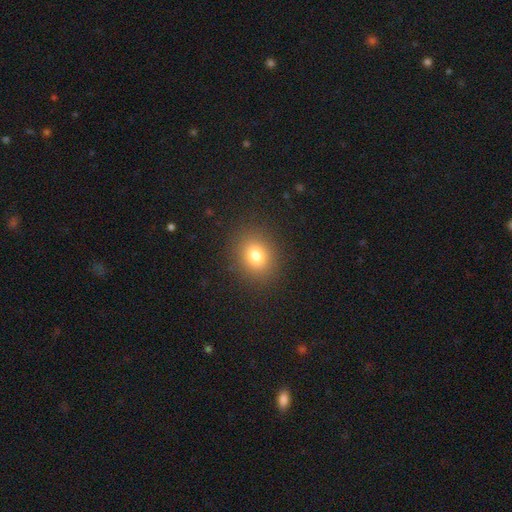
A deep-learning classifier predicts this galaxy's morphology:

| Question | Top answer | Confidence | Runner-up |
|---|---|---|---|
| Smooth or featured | smooth | 78% | star or artifact (14%) |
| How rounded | round | 59% | in between (40%) |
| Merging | none | 88% | minor disturbance (7%) |